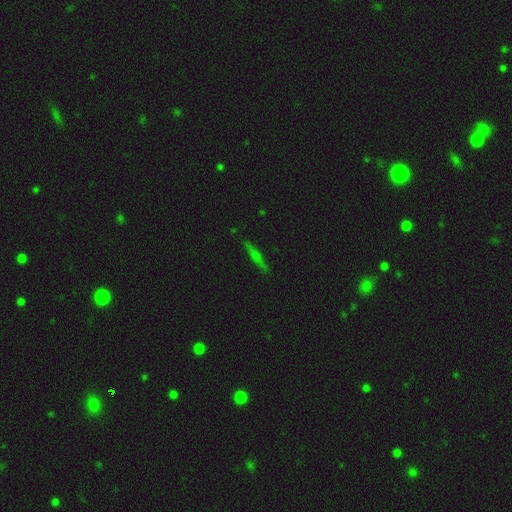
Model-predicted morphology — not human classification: smooth_or_featured: featured or disk (p=0.55) [alt: smooth p=0.32]
disk_edge_on: yes (p=0.94) [alt: no p=0.06]
edge_on_bulge: rounded (p=0.73) [alt: none p=0.19]
merging: none (p=0.88) [alt: minor disturbance p=0.09]